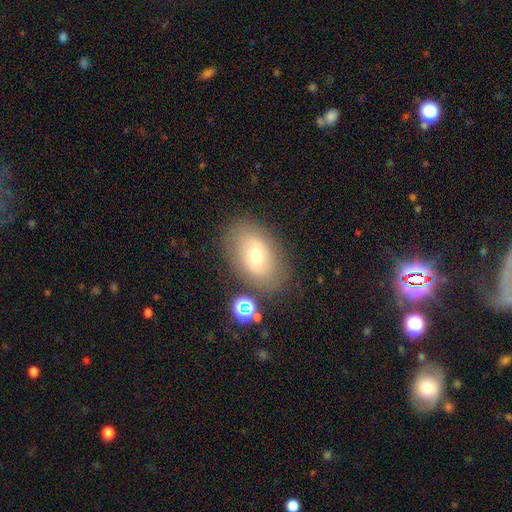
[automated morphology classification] Smooth or featured: smooth — 51% (featured or disk — 37%)
How rounded: in between — 84% (round — 14%)
Merging: none — 77% (minor disturbance — 14%)